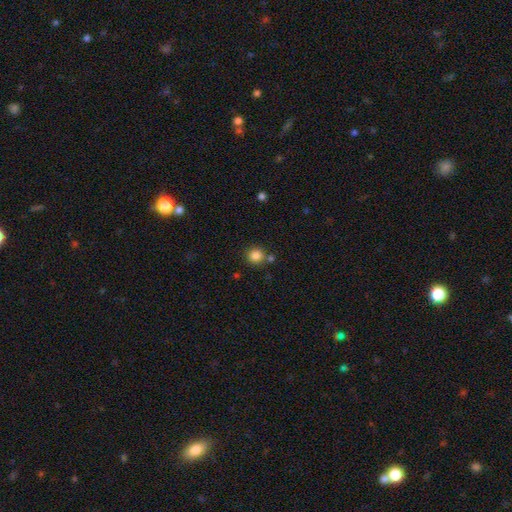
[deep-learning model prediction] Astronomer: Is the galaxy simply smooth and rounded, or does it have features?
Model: smooth — 84%.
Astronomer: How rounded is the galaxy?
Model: round — 93%.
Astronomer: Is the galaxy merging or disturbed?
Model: none — 79%.